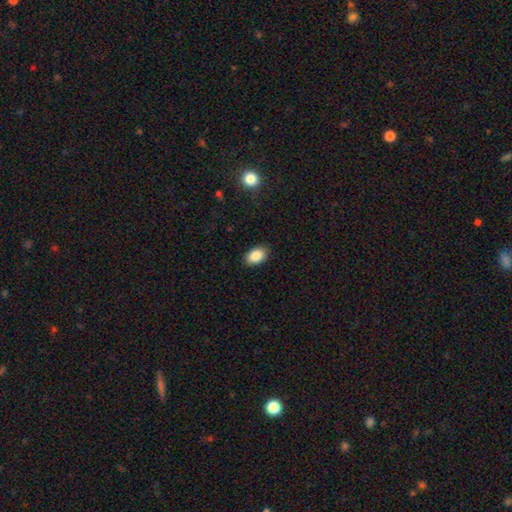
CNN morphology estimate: Q: Smooth or featured?
A: smooth (87%); runner-up: star or artifact (8%)
Q: How rounded?
A: in between (89%); runner-up: round (9%)
Q: Merging?
A: none (88%); runner-up: minor disturbance (9%)